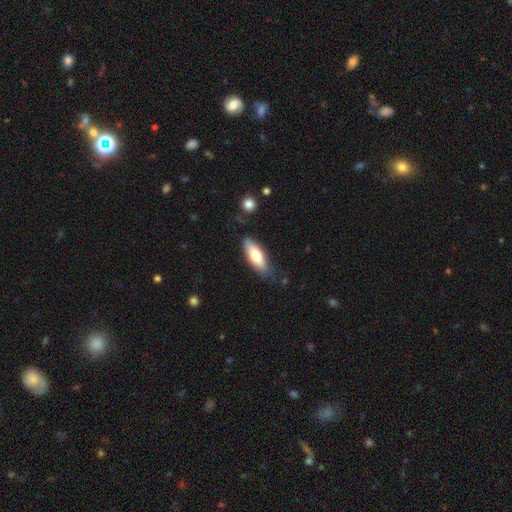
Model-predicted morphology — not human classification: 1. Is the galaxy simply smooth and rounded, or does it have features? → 66% smooth, 28% featured or disk, 6% star or artifact.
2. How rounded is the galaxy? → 61% in between, 37% cigar-shaped, 2% round.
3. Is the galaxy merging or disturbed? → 76% none, 17% minor disturbance, 4% major disturbance, 2% merger.